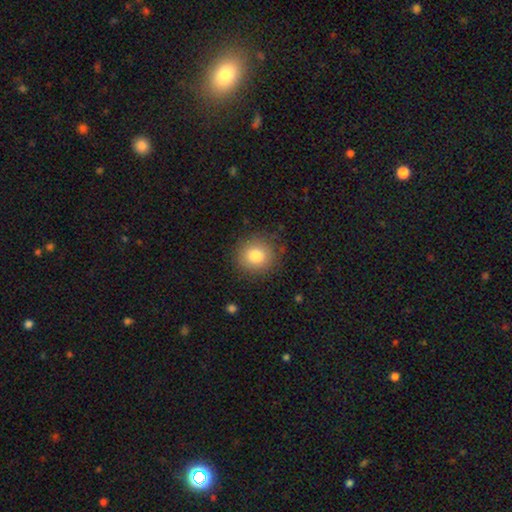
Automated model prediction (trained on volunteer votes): Smooth or featured? smooth (81%)
How rounded? round (88%)
Merging? none (85%)